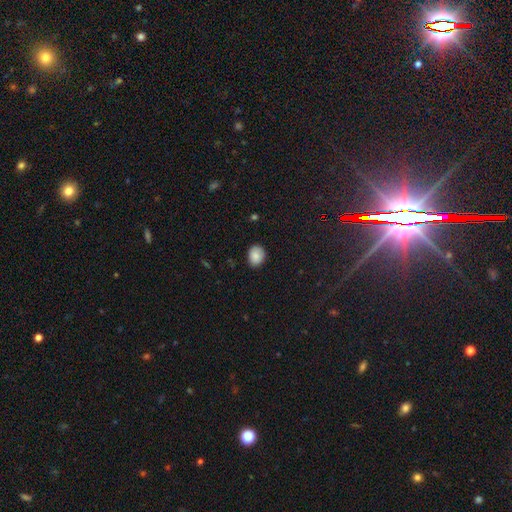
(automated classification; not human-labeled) smooth 86%, star or artifact 8%, featured or disk 6%. Down the decision tree: how rounded — round (51%); merging — none (81%).